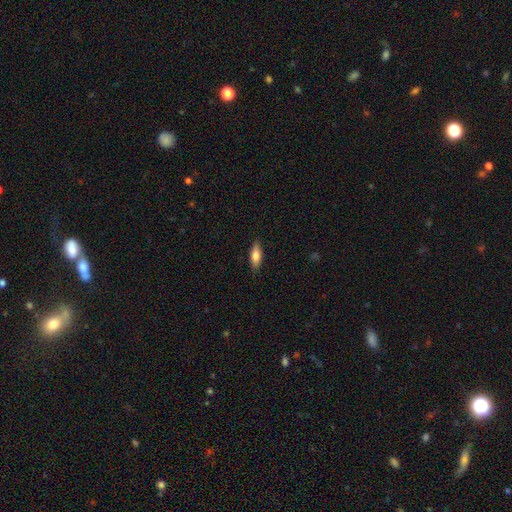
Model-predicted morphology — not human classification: Smooth or featured: smooth — 73% (featured or disk — 21%)
How rounded: in between — 63% (cigar-shaped — 34%)
Merging: none — 88% (minor disturbance — 9%)